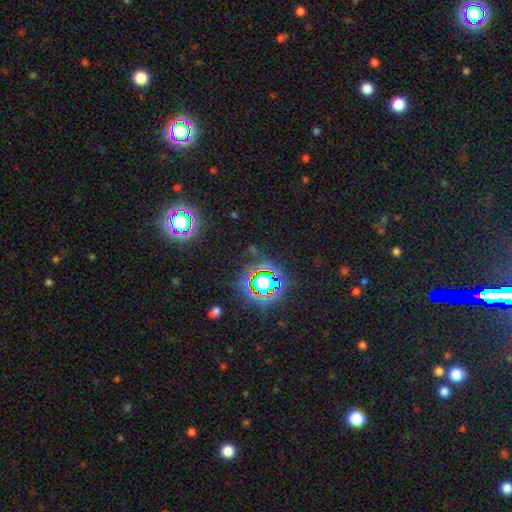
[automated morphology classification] Overall: star or artifact (79%).